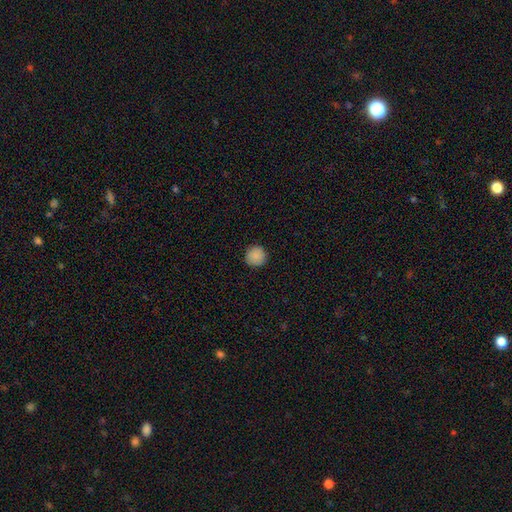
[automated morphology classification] A smooth galaxy with no disk features (88%) that is round (95%).

Vote fractions:
- Smooth or featured? smooth: 88% / star or artifact: 9% / featured or disk: 3%
- How rounded? round: 95% / in between: 4% / cigar-shaped: 1%
- Merging? none: 91% / minor disturbance: 6% / major disturbance: 2% / merger: 1%